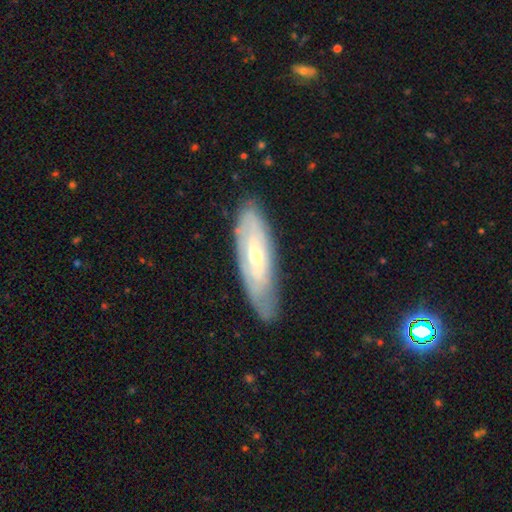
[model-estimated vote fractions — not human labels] Smooth or featured?
  - featured or disk: 66% *
  - smooth: 28%
  - star or artifact: 6%
Edge-on disk?
  - no: 74% *
  - yes: 26%
Merging?
  - none: 76% *
  - minor disturbance: 18%
  - major disturbance: 4%
  - merger: 1%